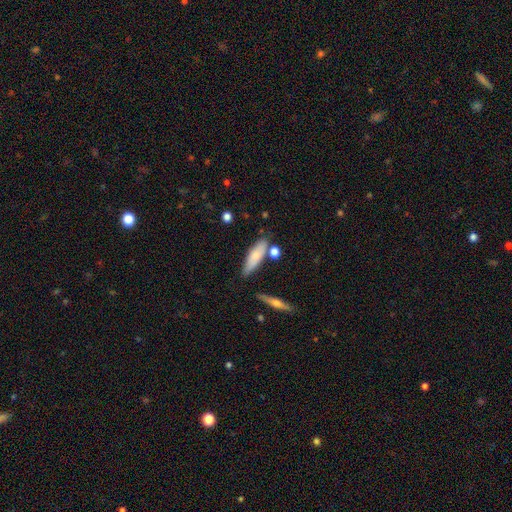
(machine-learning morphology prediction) Smooth or featured: smooth — 73% (featured or disk — 20%)
How rounded: cigar-shaped — 54% (in between — 43%)
Merging: none — 72% (minor disturbance — 15%)